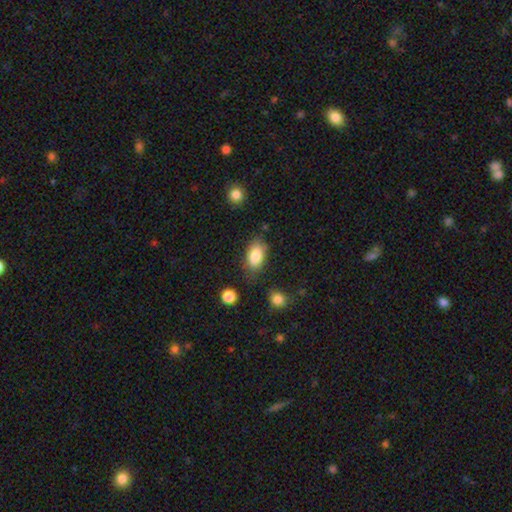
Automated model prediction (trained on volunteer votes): This is clearly a smooth galaxy (84%). How rounded: clearly in between (91%). Merging: likely none (71%).